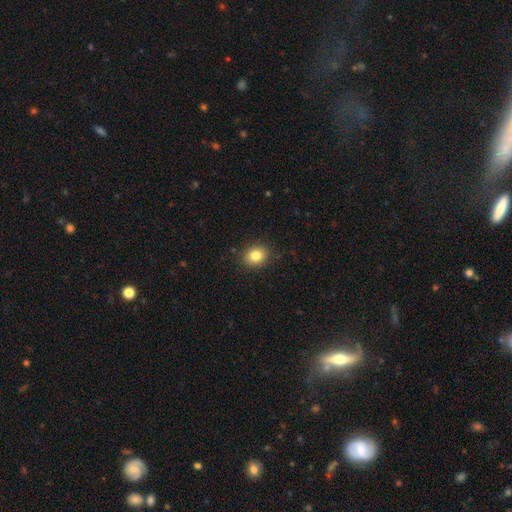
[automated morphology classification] Smooth or featured: smooth — 83% (star or artifact — 10%)
How rounded: round — 59% (in between — 41%)
Merging: none — 89% (minor disturbance — 8%)